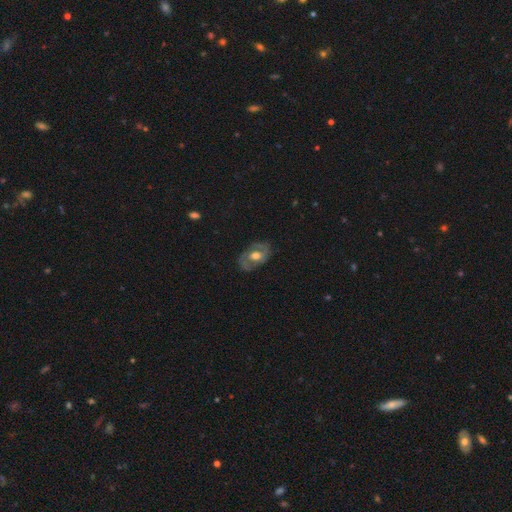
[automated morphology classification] Overall: featured or disk (67%). Edge-on disk: no (94%). Bar: no (61%; weak 30%). Spiral arms: yes (63%; no 37%). Bulge size: moderate (62%; large 28%). Merging: none (73%).